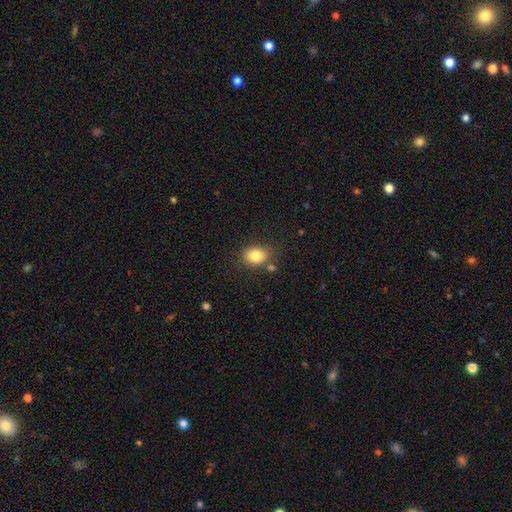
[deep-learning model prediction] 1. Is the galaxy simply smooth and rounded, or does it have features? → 83% smooth, 10% star or artifact, 7% featured or disk.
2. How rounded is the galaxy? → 59% in between, 40% round, 1% cigar-shaped.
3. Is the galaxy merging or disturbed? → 73% none, 15% minor disturbance, 7% merger, 4% major disturbance.